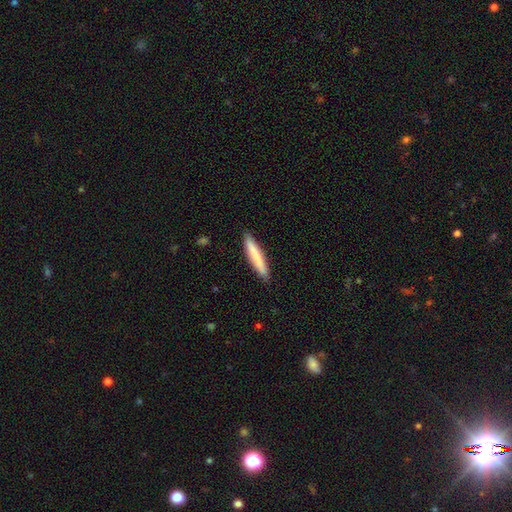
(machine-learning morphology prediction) Smooth or featured?
  - smooth: 78% *
  - featured or disk: 16%
  - star or artifact: 5%
How rounded?
  - cigar-shaped: 93% *
  - in between: 6%
  - round: 1%
Merging?
  - none: 90% *
  - minor disturbance: 8%
  - major disturbance: 1%
  - merger: 1%